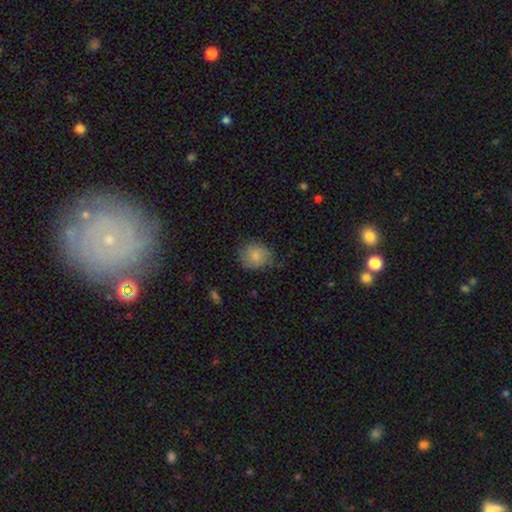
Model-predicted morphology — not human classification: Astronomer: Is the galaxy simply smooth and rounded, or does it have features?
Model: smooth — 83%.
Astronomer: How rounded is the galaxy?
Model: round — 74%.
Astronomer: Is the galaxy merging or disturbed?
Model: none — 66%.